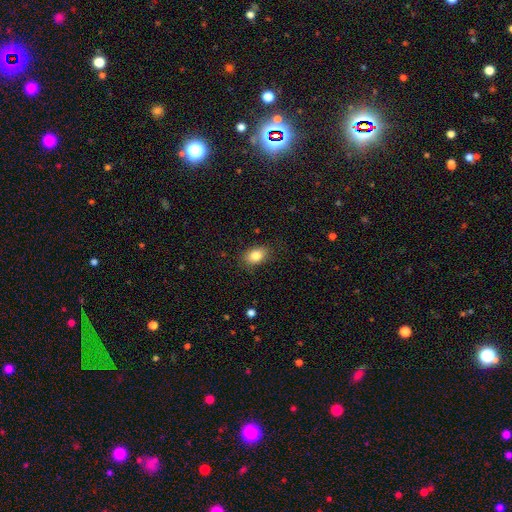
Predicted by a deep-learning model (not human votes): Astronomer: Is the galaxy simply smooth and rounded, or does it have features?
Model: smooth — 84%.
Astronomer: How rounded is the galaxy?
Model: in between — 81%.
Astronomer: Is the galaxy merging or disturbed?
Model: none — 83%.